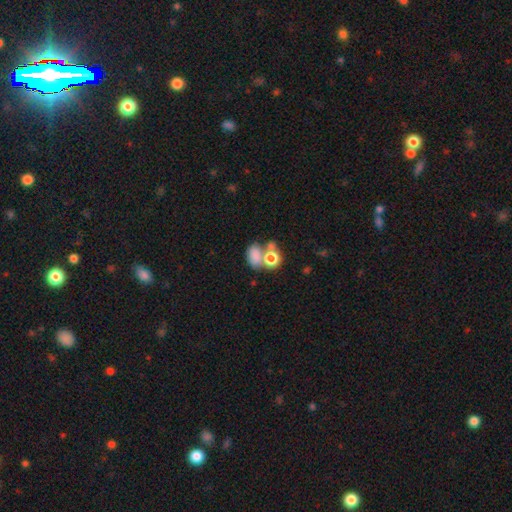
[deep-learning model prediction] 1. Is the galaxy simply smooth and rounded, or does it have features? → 74% smooth, 15% star or artifact, 11% featured or disk.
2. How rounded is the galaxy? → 70% in between, 28% round, 1% cigar-shaped.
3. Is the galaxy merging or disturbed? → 44% merger, 36% none, 11% minor disturbance, 9% major disturbance.